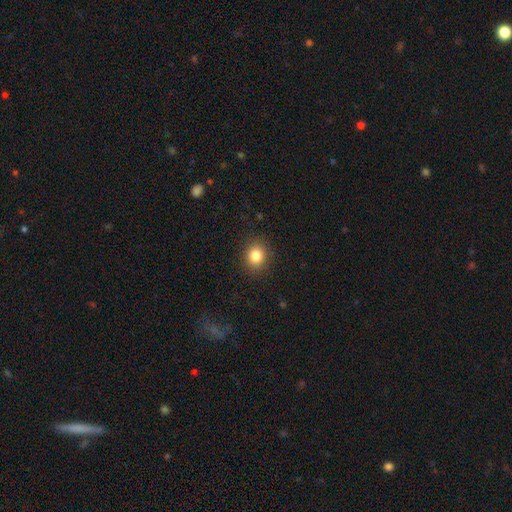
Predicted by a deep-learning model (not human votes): A smooth galaxy with no disk features (83%) that is round (73%). Merging: none (89%).